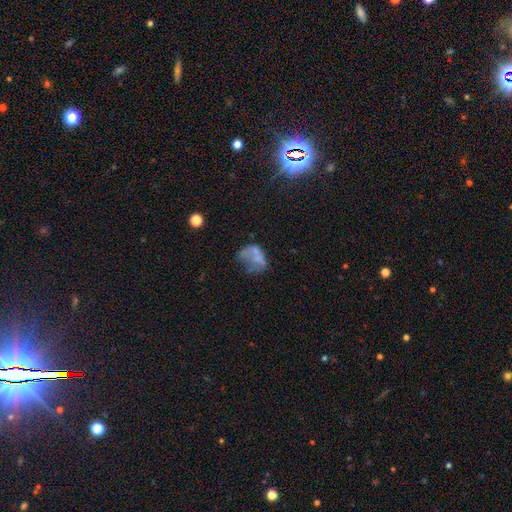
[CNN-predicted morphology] type=smooth (48%); merging=major disturbance (35%).